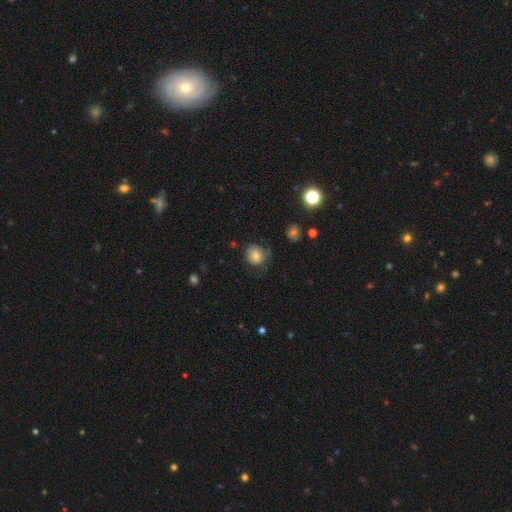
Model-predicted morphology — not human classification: Smooth or featured? smooth (73%)
How rounded? round (72%)
Merging? none (55%)